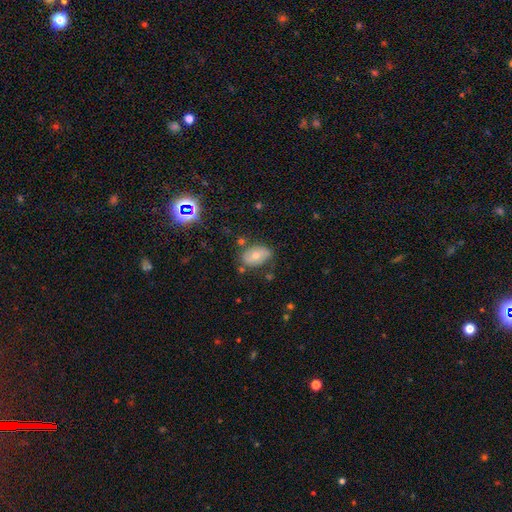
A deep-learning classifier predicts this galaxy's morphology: Smooth or featured? Predicted: smooth (p=0.64). How rounded? Predicted: in between (p=0.87). Merging? Predicted: none (p=0.69).